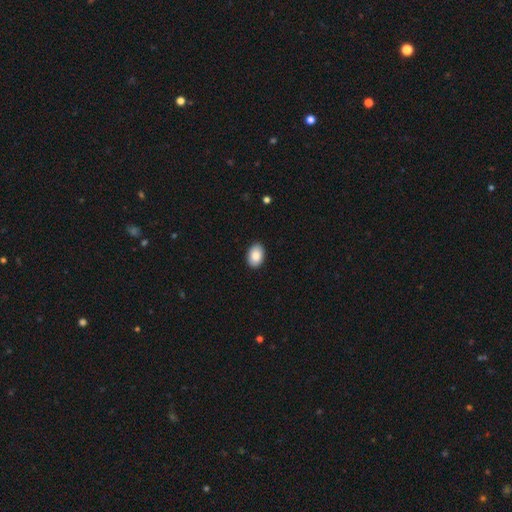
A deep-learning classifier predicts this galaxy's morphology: Smooth or featured?
  - smooth: 87% *
  - star or artifact: 7%
  - featured or disk: 6%
How rounded?
  - in between: 87% *
  - round: 12%
  - cigar-shaped: 1%
Merging?
  - none: 91% *
  - minor disturbance: 7%
  - major disturbance: 2%
  - merger: 1%